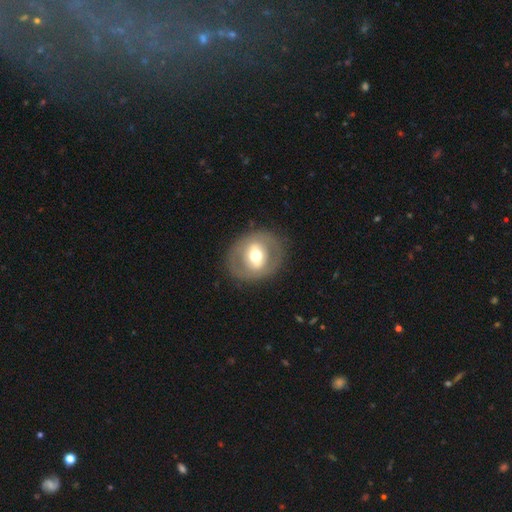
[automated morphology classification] The model was most divided on "smooth or featured": featured or disk: 53%, smooth: 40%, star or artifact: 7%. More confident: edge-on disk — no (92%); merging — none (83%).